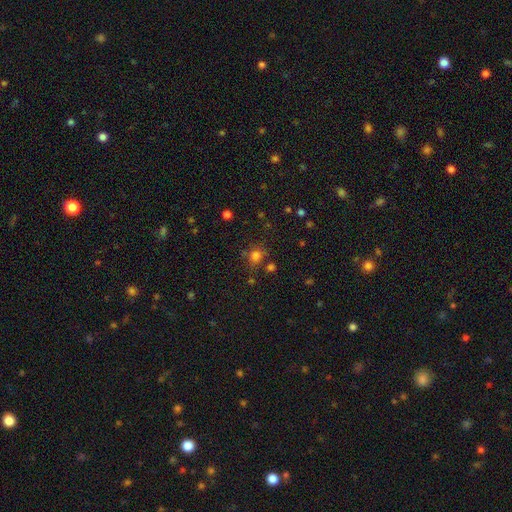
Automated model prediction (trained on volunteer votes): Overall: smooth (72%). How rounded: round (68%; in between 30%). Merging: none (67%).